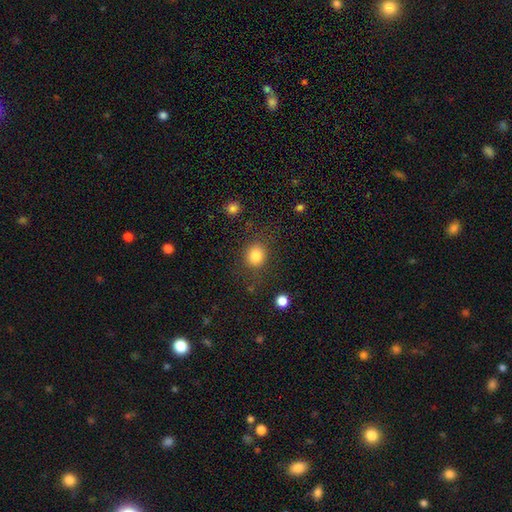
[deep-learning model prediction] This is clearly a smooth galaxy (83%). How rounded: likely round (76%). Merging: likely none (79%).